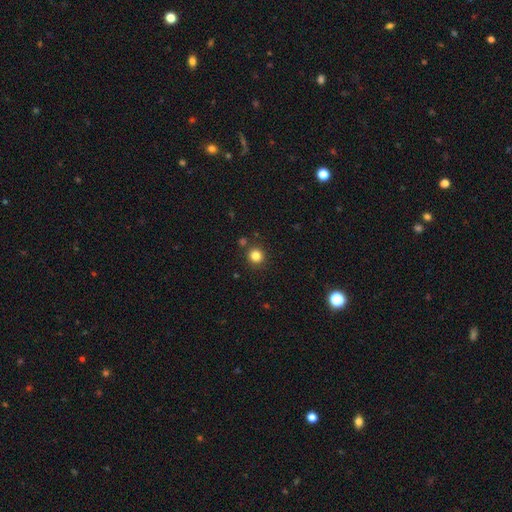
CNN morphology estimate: smooth 83%, star or artifact 13%, featured or disk 4%. Down the decision tree: how rounded — round (92%); merging — none (87%).